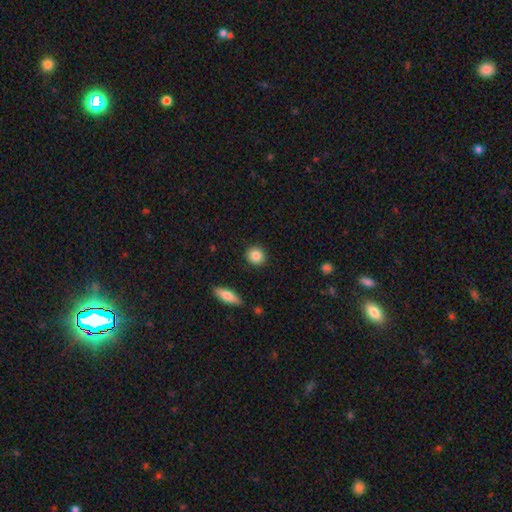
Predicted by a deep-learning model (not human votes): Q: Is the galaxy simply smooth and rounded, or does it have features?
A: smooth — 85%.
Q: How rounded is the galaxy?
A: round — 86%.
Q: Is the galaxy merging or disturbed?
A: none — 91%.